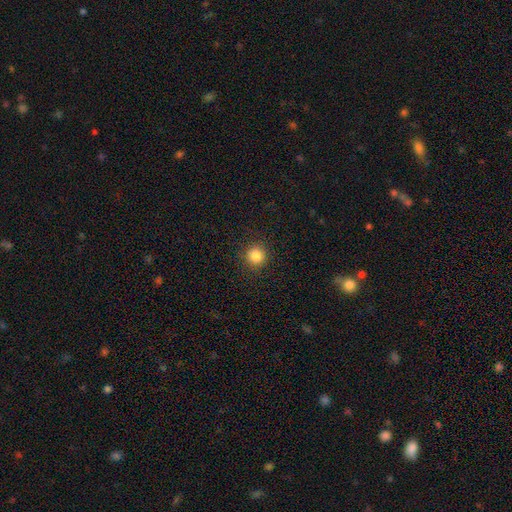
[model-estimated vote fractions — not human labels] Smooth or featured: smooth — 86% (star or artifact — 11%)
How rounded: round — 94% (in between — 5%)
Merging: none — 91% (minor disturbance — 6%)